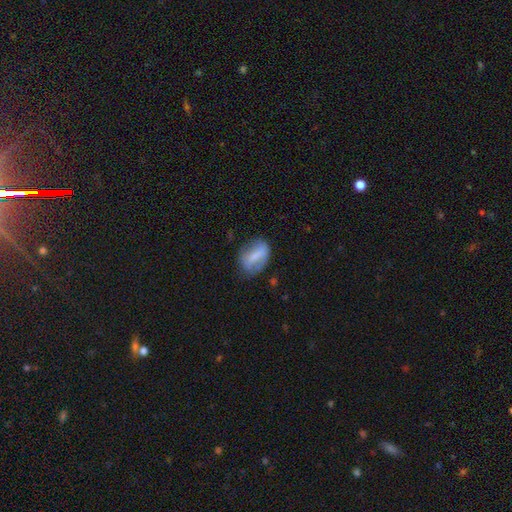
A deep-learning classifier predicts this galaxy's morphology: Smooth or featured? smooth (58%)
How rounded? in between (77%)
Merging? none (64%)